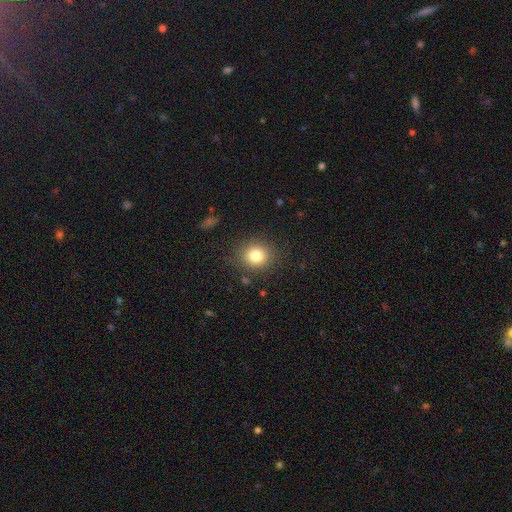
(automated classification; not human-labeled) Q: Smooth or featured?
A: smooth (80%); runner-up: star or artifact (12%)
Q: How rounded?
A: round (83%); runner-up: in between (16%)
Q: Merging?
A: none (86%); runner-up: minor disturbance (9%)